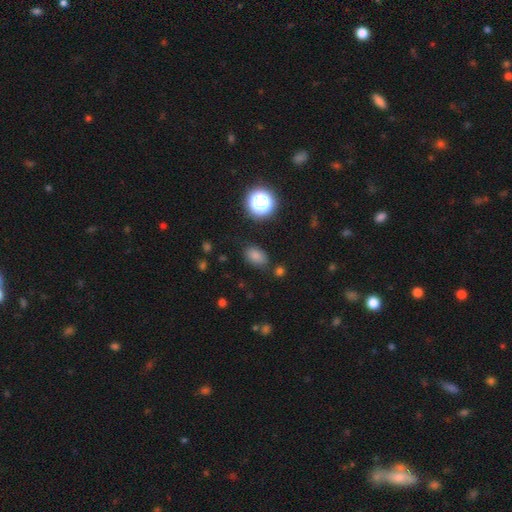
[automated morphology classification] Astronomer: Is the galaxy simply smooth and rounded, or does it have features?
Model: smooth — 78%.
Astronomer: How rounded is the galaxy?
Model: in between — 81%.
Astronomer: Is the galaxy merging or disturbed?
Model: none — 79%.